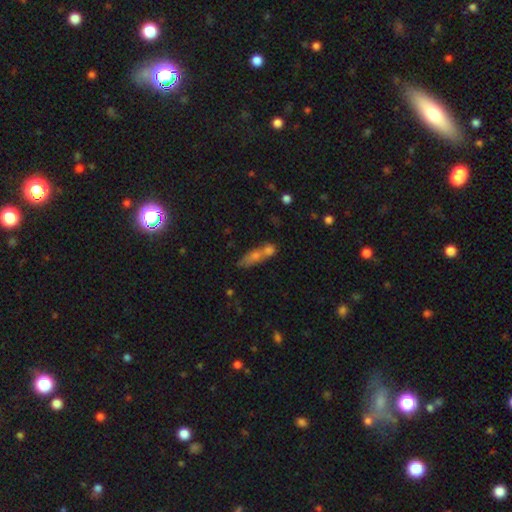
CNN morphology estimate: This appears to be a smooth galaxy with no disk features (57%) that is cigar-shaped (48%). Merging: merger (46%).